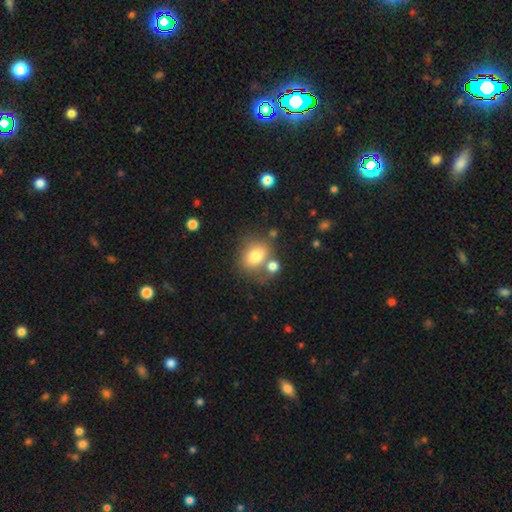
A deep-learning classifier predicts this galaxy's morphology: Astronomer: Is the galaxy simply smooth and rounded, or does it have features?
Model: smooth — 78%.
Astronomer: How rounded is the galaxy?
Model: in between — 60% (runner-up: round, 38%).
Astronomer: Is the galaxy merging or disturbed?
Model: none — 54%.